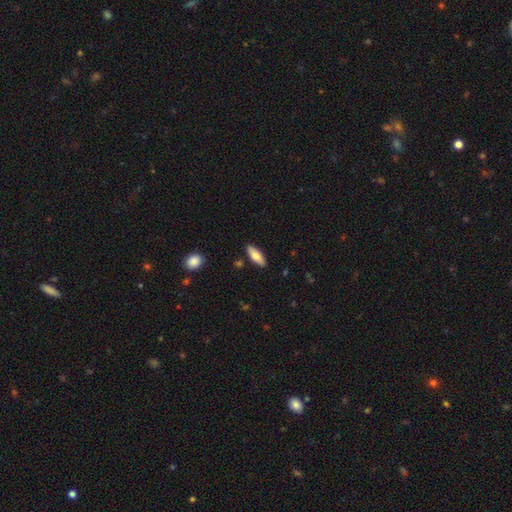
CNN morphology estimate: Smooth or featured? Predicted: smooth (p=0.72). How rounded? Predicted: in between (p=0.68). Merging? Predicted: none (p=0.87).